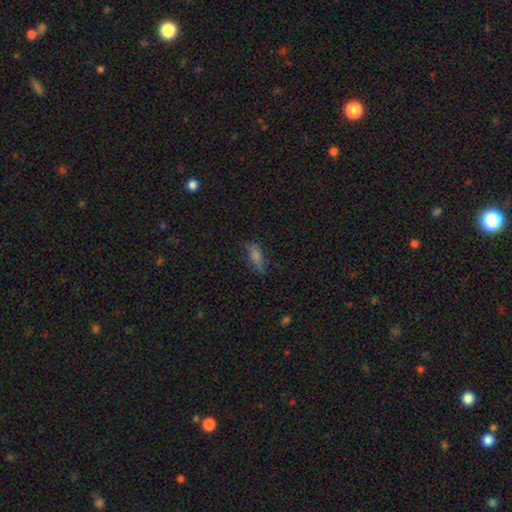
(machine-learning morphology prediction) Overall: smooth (65%). How rounded: in between (53%; cigar-shaped 44%). Merging: none (74%).